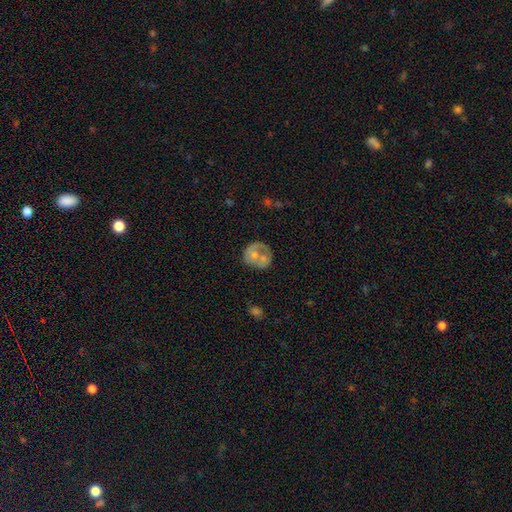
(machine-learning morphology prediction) The model was most divided on "smooth or featured": smooth: 48%, featured or disk: 45%, star or artifact: 7%. Remaining: merging — none (44%).